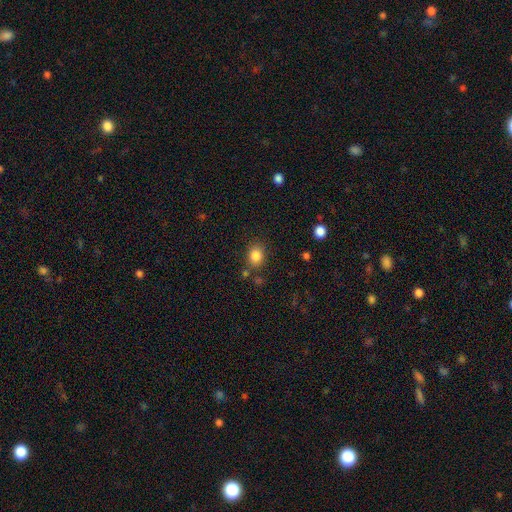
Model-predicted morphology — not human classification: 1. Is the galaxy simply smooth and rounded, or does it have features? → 85% smooth, 10% star or artifact, 5% featured or disk.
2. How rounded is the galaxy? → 53% round, 46% in between, 1% cigar-shaped.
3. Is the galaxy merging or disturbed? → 78% none, 12% minor disturbance, 6% merger, 4% major disturbance.